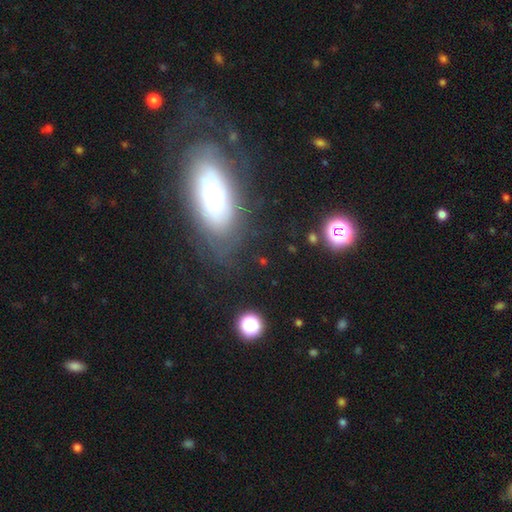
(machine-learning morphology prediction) A featured or disk galaxy (47%). Merging: none (74%).